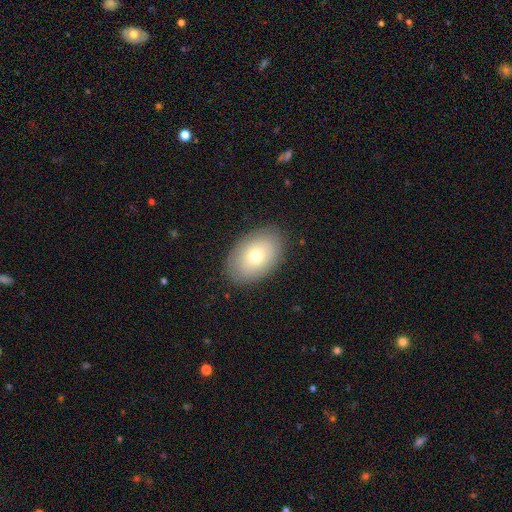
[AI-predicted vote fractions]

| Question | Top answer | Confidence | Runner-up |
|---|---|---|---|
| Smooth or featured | smooth | 73% | featured or disk (20%) |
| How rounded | in between | 88% | round (11%) |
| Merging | none | 86% | minor disturbance (10%) |